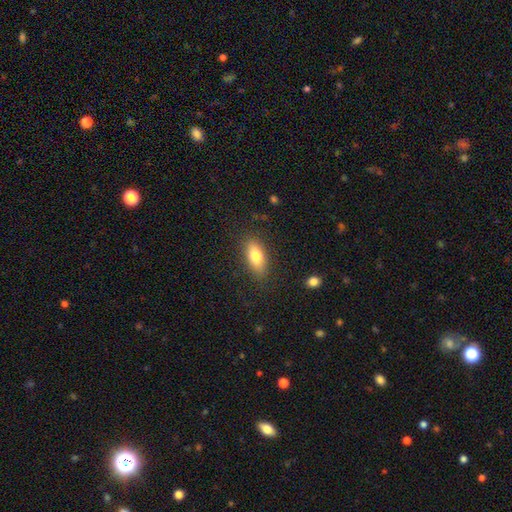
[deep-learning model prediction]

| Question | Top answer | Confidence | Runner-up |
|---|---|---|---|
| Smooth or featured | smooth | 78% | featured or disk (14%) |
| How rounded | in between | 81% | cigar-shaped (15%) |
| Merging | none | 83% | minor disturbance (12%) |